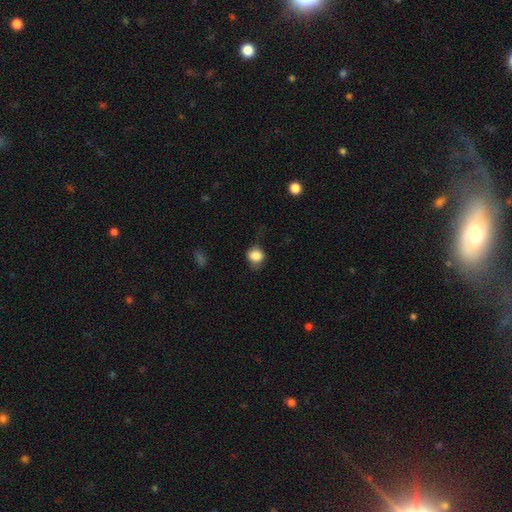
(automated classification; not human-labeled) smooth-or-featured: smooth: 84% | star or artifact: 9% | featured or disk: 7%
  how-rounded: round: 69% | in between: 30% | cigar-shaped: 1%
  merging: none: 61% | minor disturbance: 26% | major disturbance: 11% | merger: 2%